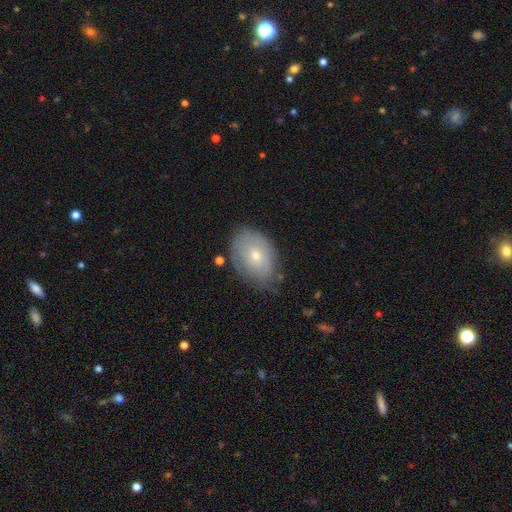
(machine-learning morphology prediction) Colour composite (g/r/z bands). It shows a smooth galaxy with no disk features (61%) that is in between round and cigar-shaped (82%). Merging: none (71%).